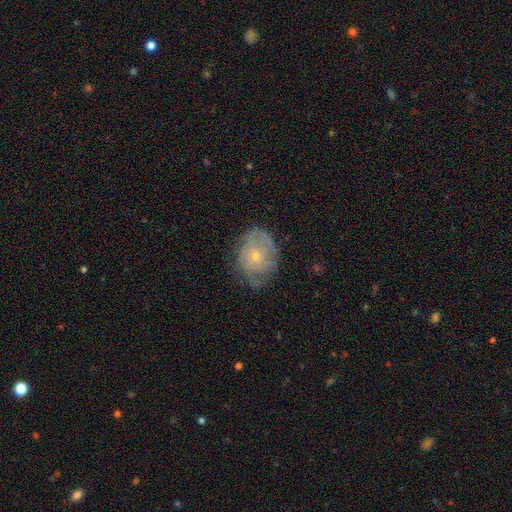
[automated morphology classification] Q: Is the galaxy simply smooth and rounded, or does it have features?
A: featured or disk — 68%.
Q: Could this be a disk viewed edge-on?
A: no — 97%.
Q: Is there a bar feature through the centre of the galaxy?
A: no — 80%.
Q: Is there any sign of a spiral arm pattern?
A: yes — 83%.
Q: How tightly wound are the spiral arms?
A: tight — 62%.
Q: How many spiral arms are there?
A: can't tell — 48%.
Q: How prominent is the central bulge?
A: small — 71%.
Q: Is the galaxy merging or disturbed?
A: none — 63%.